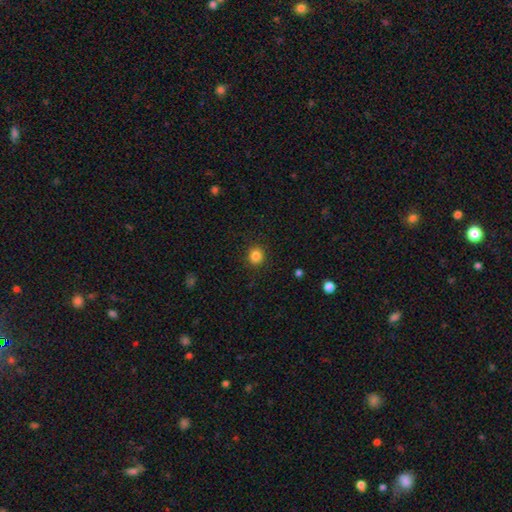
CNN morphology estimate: Q: Smooth or featured?
A: smooth (85%); runner-up: star or artifact (11%)
Q: How rounded?
A: round (90%); runner-up: in between (9%)
Q: Merging?
A: none (90%); runner-up: minor disturbance (6%)